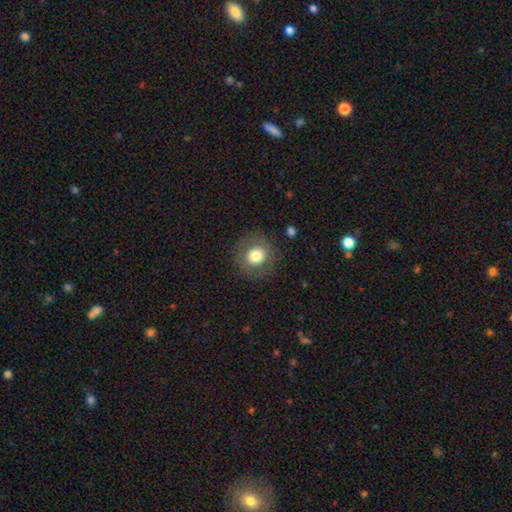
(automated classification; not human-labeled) Q: Smooth or featured?
A: smooth (73%); runner-up: featured or disk (16%)
Q: How rounded?
A: round (88%); runner-up: in between (11%)
Q: Merging?
A: none (84%); runner-up: minor disturbance (9%)